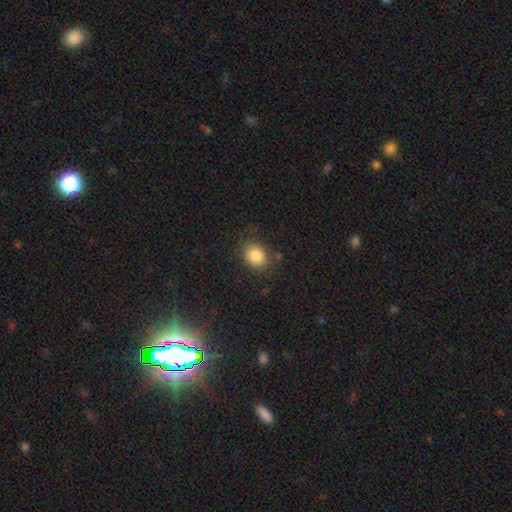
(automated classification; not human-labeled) Smooth or featured: smooth — 84% (star or artifact — 10%)
How rounded: round — 58% (in between — 41%)
Merging: none — 78% (minor disturbance — 14%)